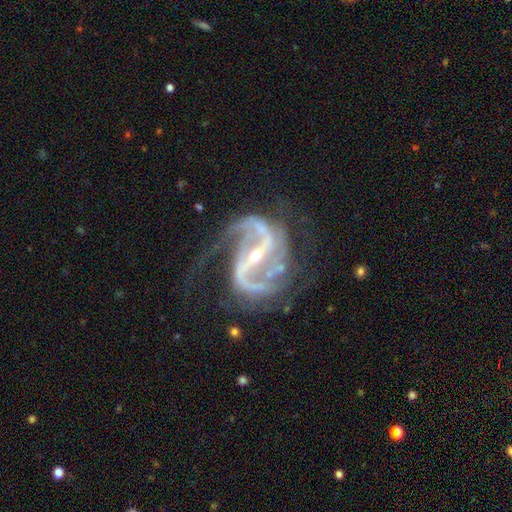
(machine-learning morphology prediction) Overall: featured or disk (93%). Edge-on disk: no (98%). Bar: strong (72%). Spiral arms: yes (98%). Spiral arm count: 2 (84%). Spiral winding: medium (52%; loose 33%). Bulge size: small (75%). Merging: none (56%; minor disturbance 21%).